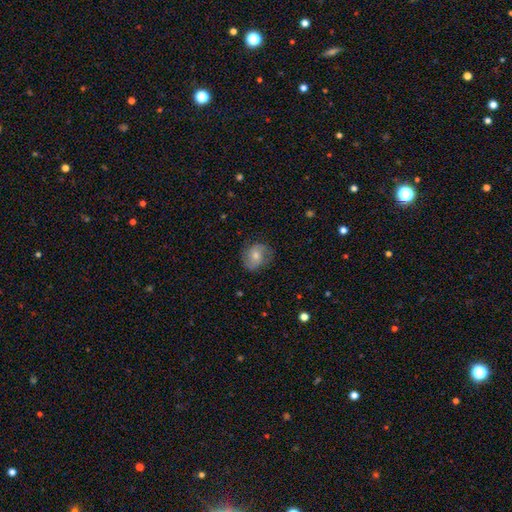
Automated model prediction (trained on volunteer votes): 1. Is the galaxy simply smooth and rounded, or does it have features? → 52% smooth, 40% featured or disk, 8% star or artifact.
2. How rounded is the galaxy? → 62% round, 37% in between, 1% cigar-shaped.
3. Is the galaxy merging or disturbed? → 76% none, 17% minor disturbance, 6% major disturbance, 1% merger.